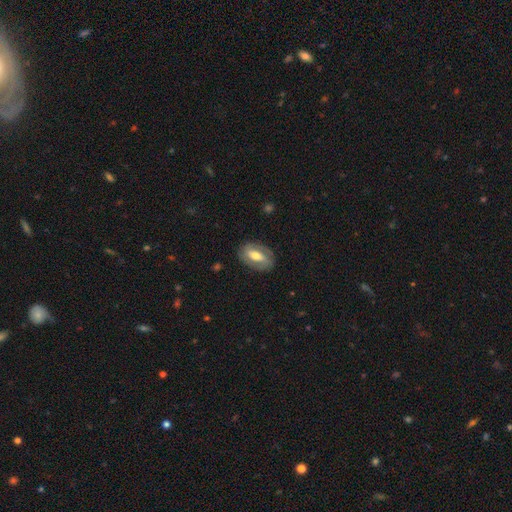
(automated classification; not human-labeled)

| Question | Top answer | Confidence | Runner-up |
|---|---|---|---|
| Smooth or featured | featured or disk | 53% | smooth (41%) |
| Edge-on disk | no | 88% | yes (12%) |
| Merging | none | 80% | minor disturbance (14%) |